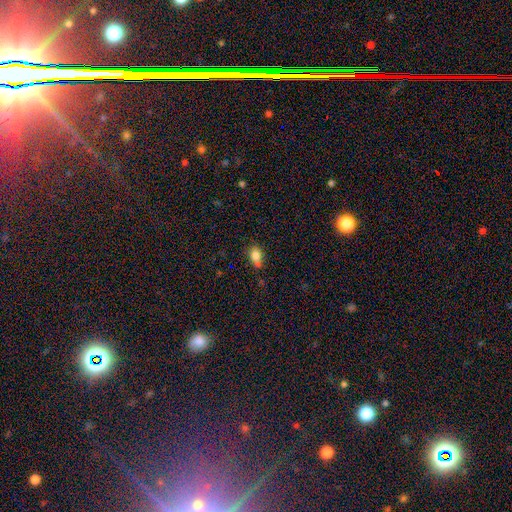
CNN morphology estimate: The model was most divided on "merging": none: 58%, minor disturbance: 27%, merger: 8%, major disturbance: 6%. More confident: smooth or featured — smooth (82%); how rounded — in between (80%).